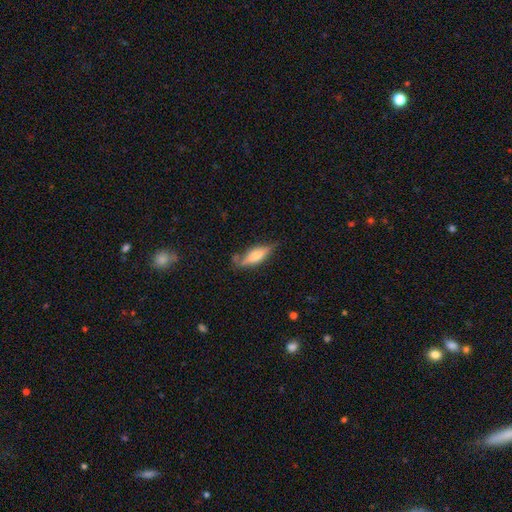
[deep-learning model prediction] A smooth galaxy with no disk features (55%) that is in between round and cigar-shaped (51%).

Vote fractions:
- Smooth or featured? smooth: 55% / featured or disk: 38% / star or artifact: 7%
- How rounded? in between: 51% / cigar-shaped: 46% / round: 3%
- Merging? none: 62% / minor disturbance: 26% / major disturbance: 7% / merger: 5%